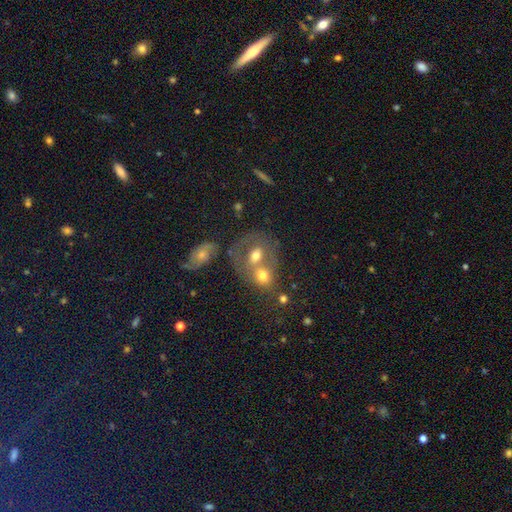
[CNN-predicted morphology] type=smooth (55%); roundness=round (52%); merging=merger (56%).